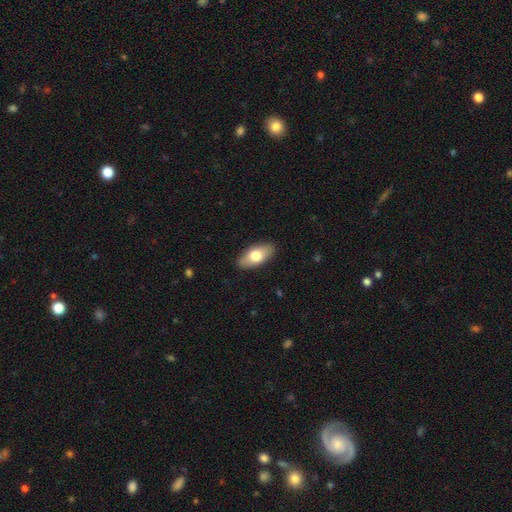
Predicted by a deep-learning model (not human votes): Smooth or featured: smooth — 72% (featured or disk — 22%)
How rounded: in between — 89% (cigar-shaped — 7%)
Merging: none — 88% (minor disturbance — 9%)